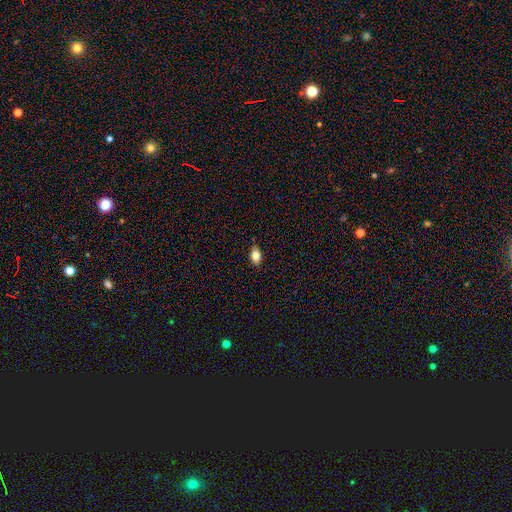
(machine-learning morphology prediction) type=smooth (82%); roundness=in between (87%); merging=none (85%).